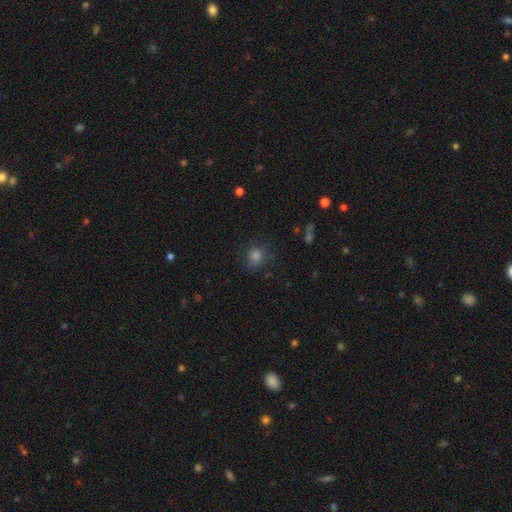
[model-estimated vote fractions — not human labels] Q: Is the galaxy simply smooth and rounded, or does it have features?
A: smooth — 71%.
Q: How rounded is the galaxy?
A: round — 75%.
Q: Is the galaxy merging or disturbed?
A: none — 76%.